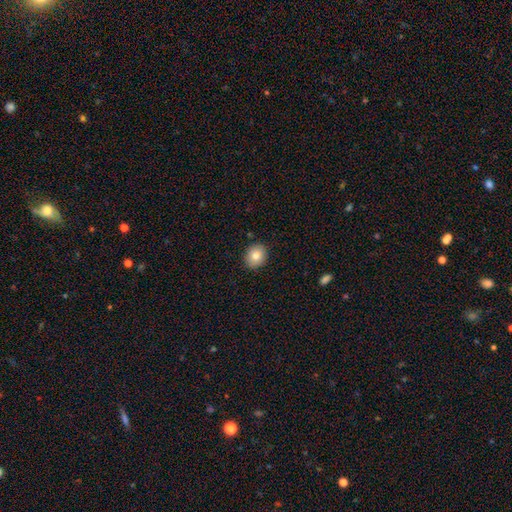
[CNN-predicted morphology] Smooth or featured: smooth — 81% (featured or disk — 10%)
How rounded: round — 61% (in between — 38%)
Merging: none — 89% (minor disturbance — 8%)